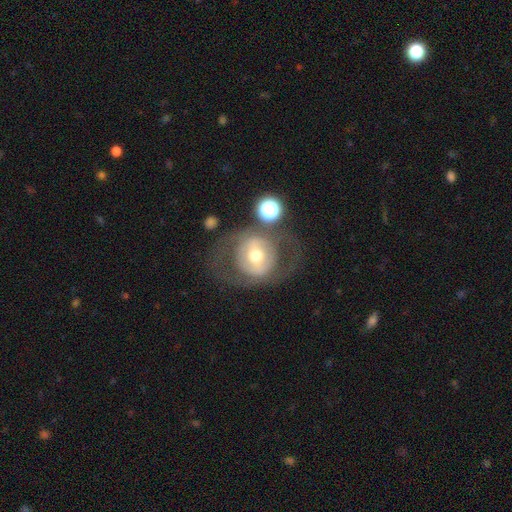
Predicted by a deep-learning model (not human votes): Smooth or featured? Predicted: featured or disk (p=0.61). Edge-on disk? Predicted: no (p=0.95). Bar? Predicted: no (p=0.47). Spiral arms? Predicted: no (p=0.70). Bulge size? Predicted: moderate (p=0.69). Merging? Predicted: none (p=0.63).